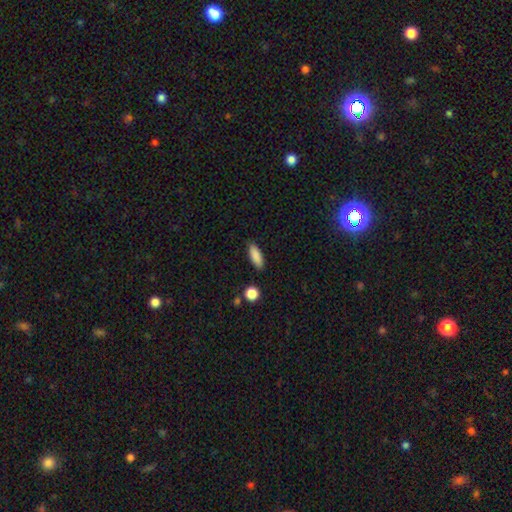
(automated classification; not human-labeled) Smooth or featured? smooth (88%)
How rounded? in between (65%)
Merging? none (87%)